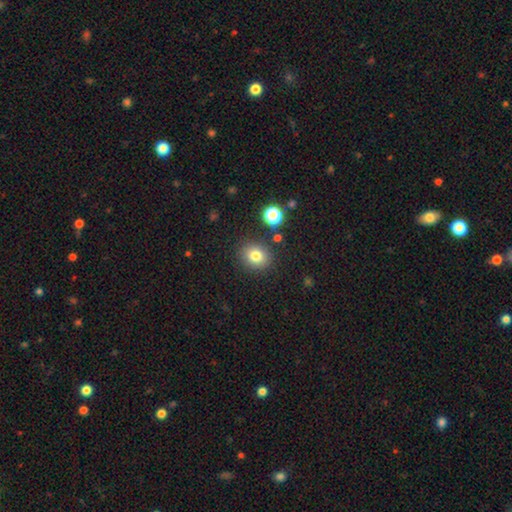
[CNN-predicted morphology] Smooth or featured? smooth (79%)
How rounded? round (75%)
Merging? none (85%)